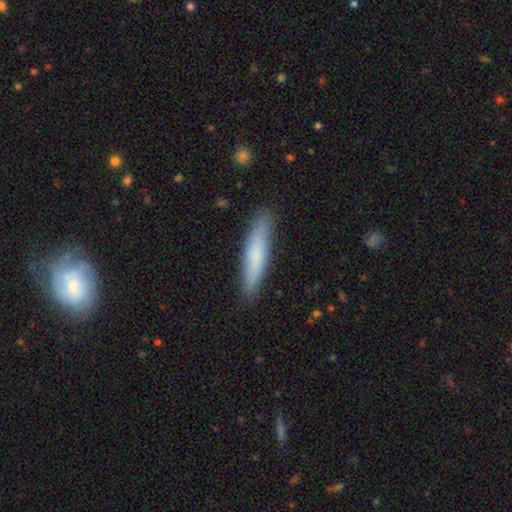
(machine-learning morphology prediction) smooth-or-featured: smooth: 75% | featured or disk: 20% | star or artifact: 6%
  how-rounded: cigar-shaped: 89% | in between: 9% | round: 1%
  merging: none: 88% | minor disturbance: 9% | major disturbance: 2% | merger: 1%